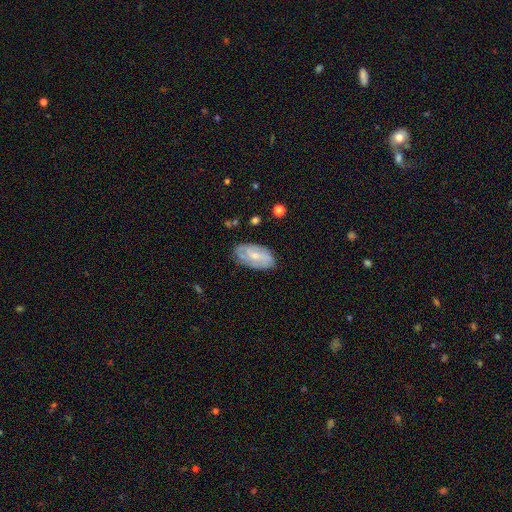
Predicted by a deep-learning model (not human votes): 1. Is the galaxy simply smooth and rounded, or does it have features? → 56% featured or disk, 37% smooth, 7% star or artifact.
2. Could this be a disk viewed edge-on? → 94% no, 6% yes.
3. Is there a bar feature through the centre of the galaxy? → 49% no, 41% weak, 10% strong.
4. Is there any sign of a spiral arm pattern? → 76% yes, 24% no.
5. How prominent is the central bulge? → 51% small, 38% moderate, 7% none, 2% large, 1% dominant.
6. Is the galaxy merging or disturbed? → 73% none, 21% minor disturbance, 5% major disturbance, 2% merger.